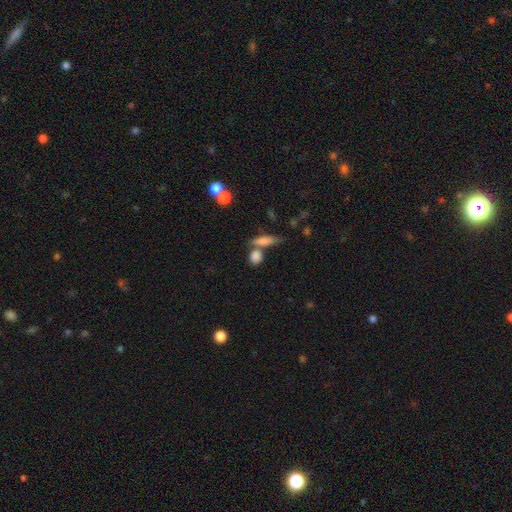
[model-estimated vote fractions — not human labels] Smooth or featured? smooth (82%)
How rounded? round (57%)
Merging? none (55%)